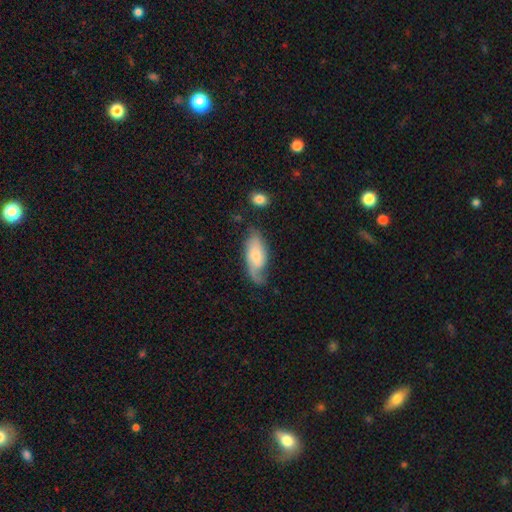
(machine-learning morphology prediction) type=featured or disk (60%); edge-on=no (91%); bar=no (59%); spiral arms=yes (89%); bulge=small (51%); merging=none (56%).